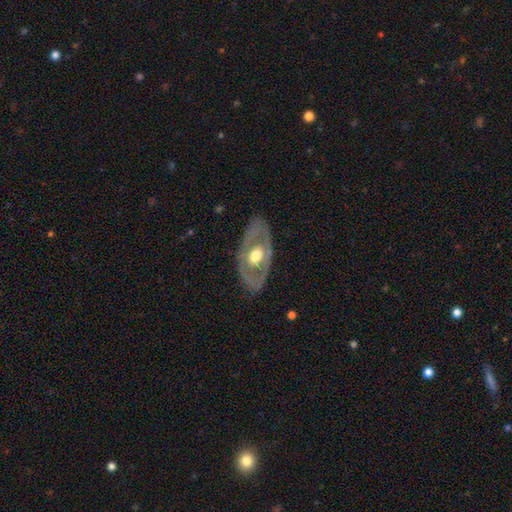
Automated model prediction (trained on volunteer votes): smooth-or-featured: featured or disk: 64% | smooth: 31% | star or artifact: 5%
  disk-edge-on: no: 87% | yes: 13%
    bar: no: 83% | weak: 13% | strong: 4%
    has-spiral-arms: no: 82% | yes: 18%
    bulge-size: moderate: 66% | large: 26% | small: 6% | dominant: 1% | none: 1%
  merging: none: 79% | minor disturbance: 14% | major disturbance: 5% | merger: 1%